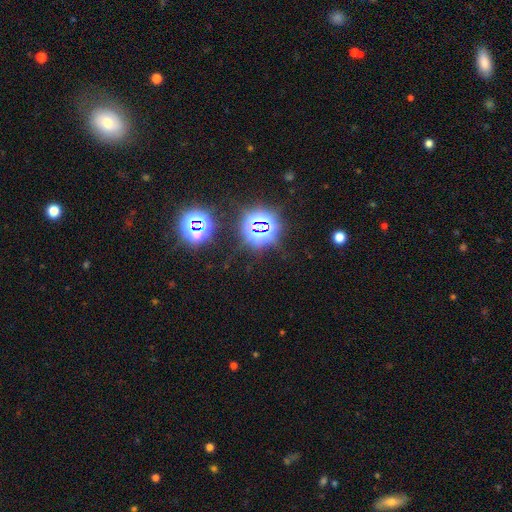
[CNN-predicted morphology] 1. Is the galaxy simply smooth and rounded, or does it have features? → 81% star or artifact, 12% smooth, 7% featured or disk.